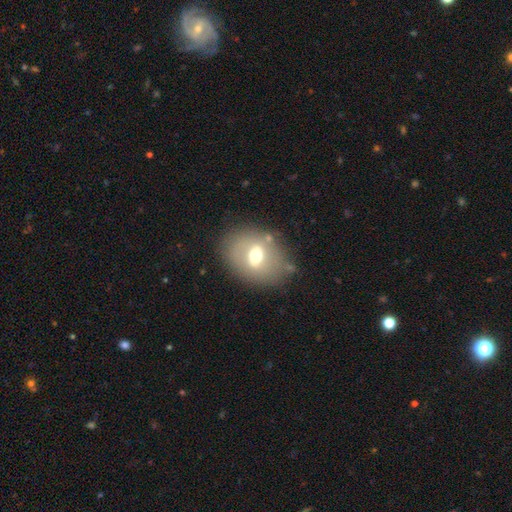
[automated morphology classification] smooth_or_featured: smooth (p=0.50) [alt: featured or disk p=0.40]
merging: none (p=0.76) [alt: minor disturbance p=0.14]